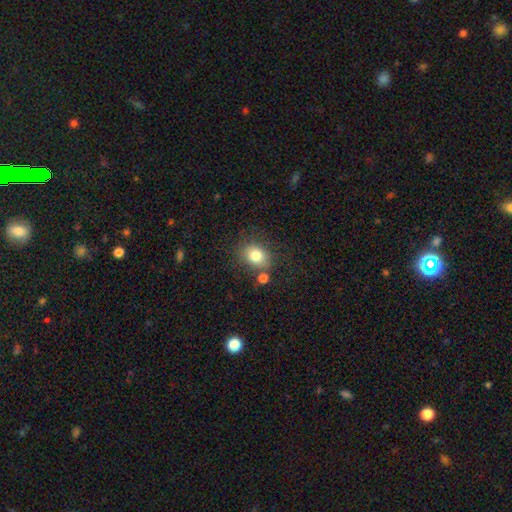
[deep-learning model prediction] A smooth galaxy with no disk features (79%) that is in between round and cigar-shaped (50%).

Vote fractions:
- Smooth or featured? smooth: 79% / star or artifact: 11% / featured or disk: 10%
- How rounded? in between: 50% / round: 49% / cigar-shaped: 1%
- Merging? none: 69% / minor disturbance: 14% / merger: 11% / major disturbance: 5%